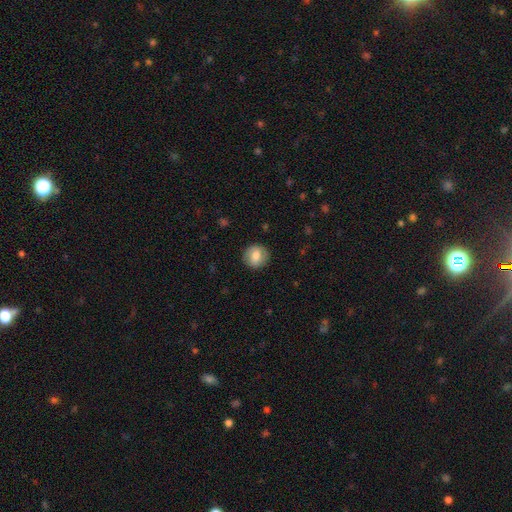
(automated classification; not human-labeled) Smooth or featured? smooth (79%)
How rounded? round (86%)
Merging? none (87%)